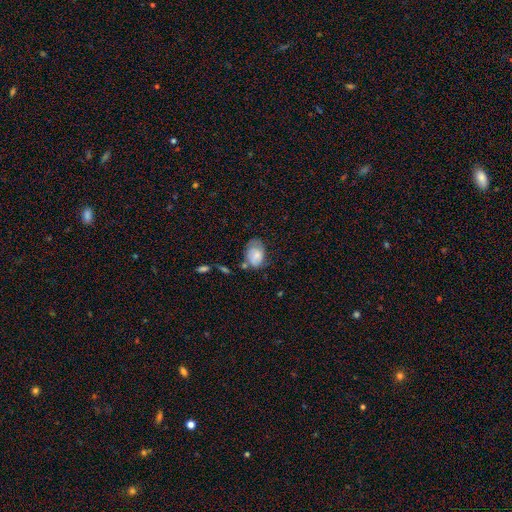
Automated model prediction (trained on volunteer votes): Q: Smooth or featured?
A: smooth (70%); runner-up: featured or disk (22%)
Q: How rounded?
A: in between (80%); runner-up: round (19%)
Q: Merging?
A: none (44%); runner-up: minor disturbance (33%)